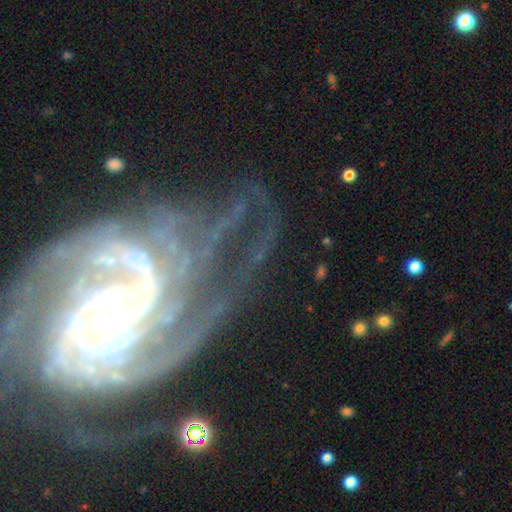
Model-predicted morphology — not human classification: Overall: featured or disk (90%). Edge-on disk: no (97%). Bar: no (57%; weak 24%). Spiral arms: yes (98%). Spiral arm count: can't tell (20%; 2 19%). Spiral winding: tight (68%). Bulge size: moderate (49%; small 41%). Merging: none (58%; major disturbance 20%).